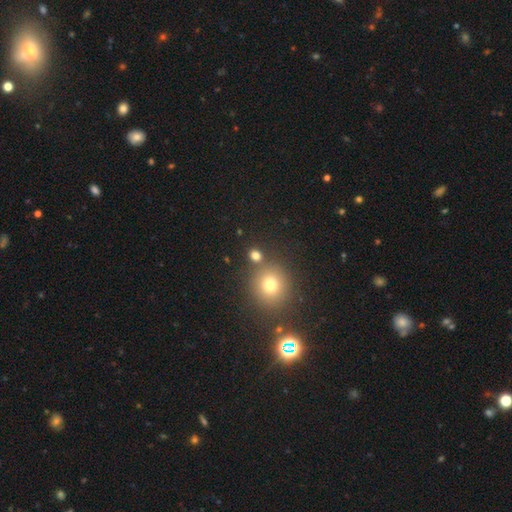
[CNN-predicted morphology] smooth 75%, star or artifact 18%, featured or disk 7%. Down the decision tree: how rounded — round (82%); merging — none (74%).